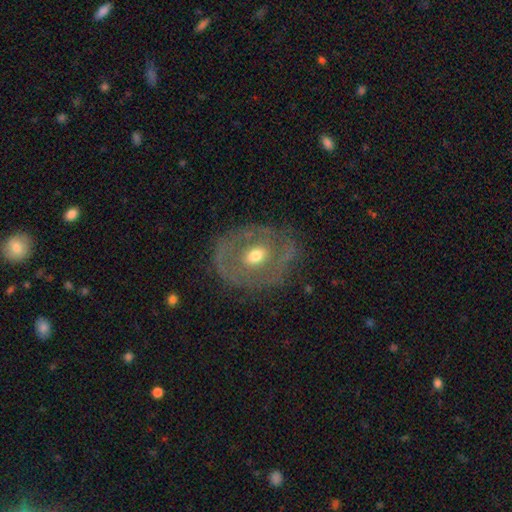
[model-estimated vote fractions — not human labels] A featured or disk galaxy (64%) with no bar (65%), no spiral arms (61%) and a moderate central bulge (69%). Merging: none (68%).